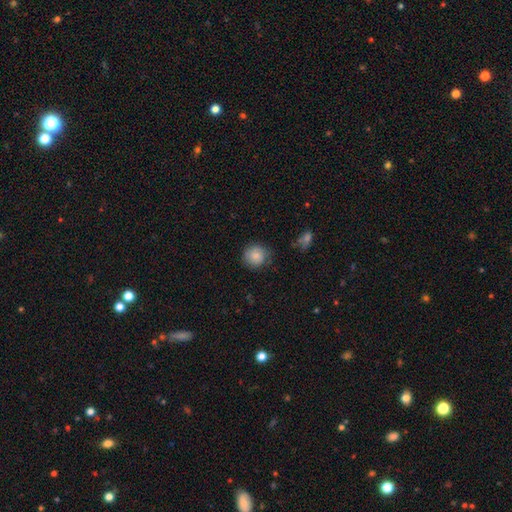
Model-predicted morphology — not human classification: Smooth or featured?
  - smooth: 85% *
  - star or artifact: 8%
  - featured or disk: 7%
How rounded?
  - round: 89% *
  - in between: 10%
  - cigar-shaped: 1%
Merging?
  - none: 76% *
  - minor disturbance: 18%
  - major disturbance: 4%
  - merger: 2%